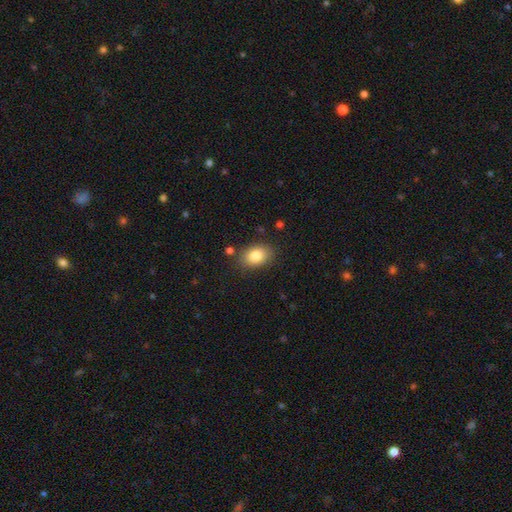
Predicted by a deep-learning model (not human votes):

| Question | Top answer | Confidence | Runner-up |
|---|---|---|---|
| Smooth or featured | smooth | 84% | star or artifact (8%) |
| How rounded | in between | 79% | round (20%) |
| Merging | none | 82% | minor disturbance (12%) |